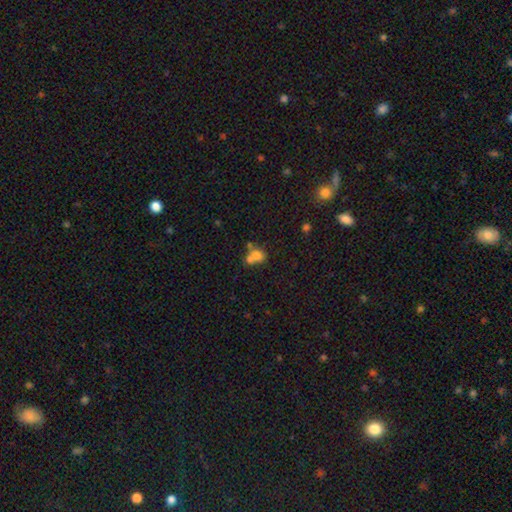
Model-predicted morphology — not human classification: type=smooth (69%); roundness=round (65%); merging=merger (57%).